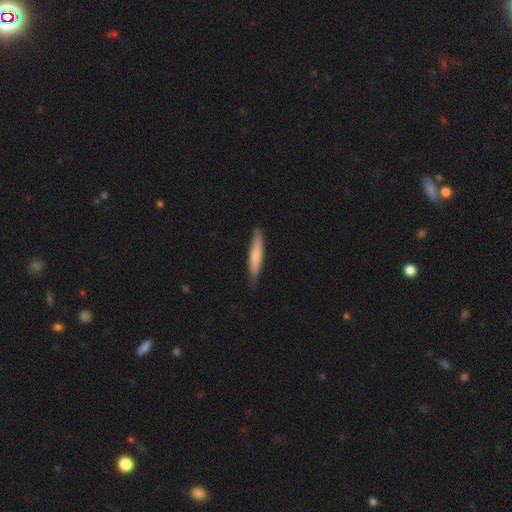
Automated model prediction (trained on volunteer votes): A smooth galaxy with no disk features (71%) that is cigar-shaped (92%). Merging: none (84%).